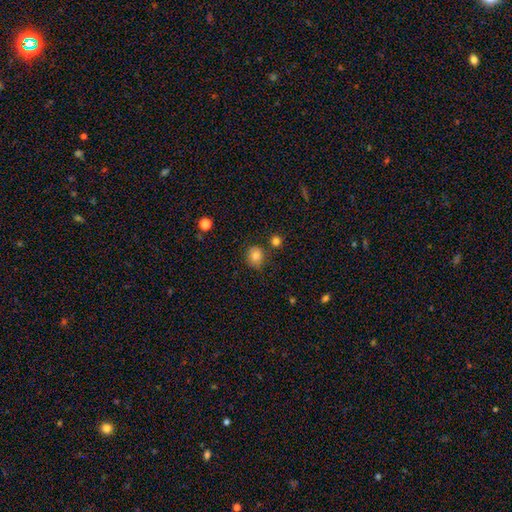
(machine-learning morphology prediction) A smooth galaxy with no disk features (80%) that is round (78%). Merging: none (77%).